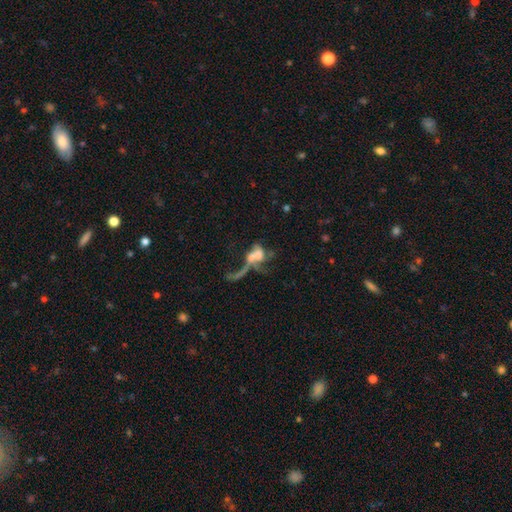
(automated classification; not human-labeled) Smooth or featured: featured or disk — 52% (smooth — 33%)
Edge-on disk: no — 93% (yes — 7%)
Merging: merger — 43% (major disturbance — 37%)